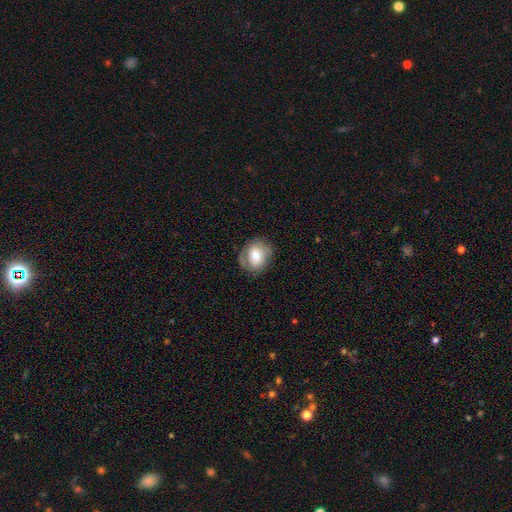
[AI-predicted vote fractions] The model was most divided on "smooth or featured": smooth: 57%, featured or disk: 35%, star or artifact: 8%. More confident: merging — none (73%); how rounded — round (63%).